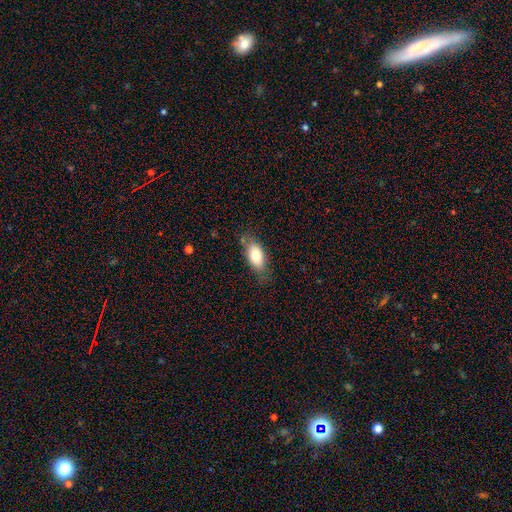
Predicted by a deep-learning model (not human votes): Smooth or featured? smooth (75%)
How rounded? in between (89%)
Merging? none (70%)